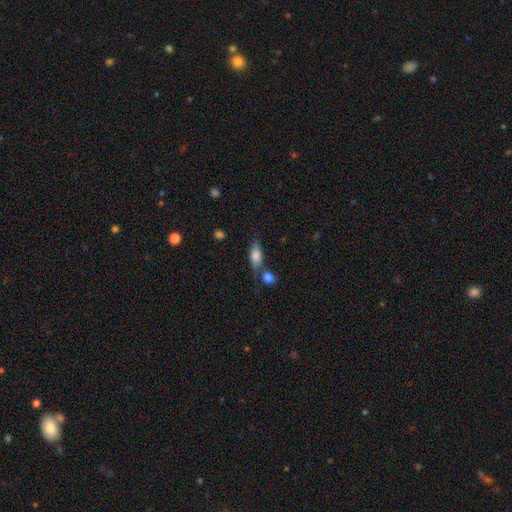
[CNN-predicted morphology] smooth 75%, featured or disk 17%, star or artifact 8%. Down the decision tree: how rounded — in between (78%); merging — none (53%).